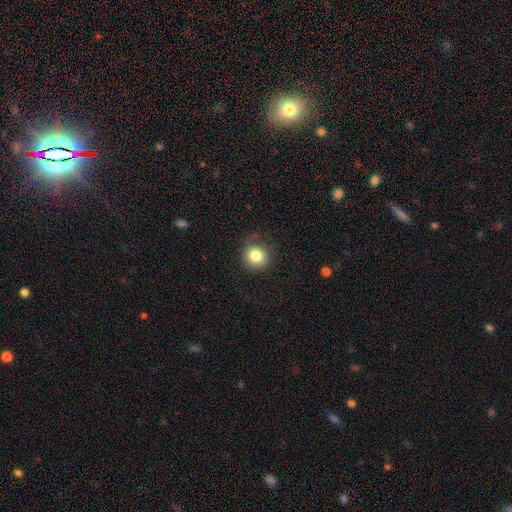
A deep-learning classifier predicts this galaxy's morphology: smooth_or_featured: smooth (p=0.83) [alt: star or artifact p=0.10]
how_rounded: round (p=0.92) [alt: in between p=0.07]
merging: none (p=0.77) [alt: minor disturbance p=0.16]